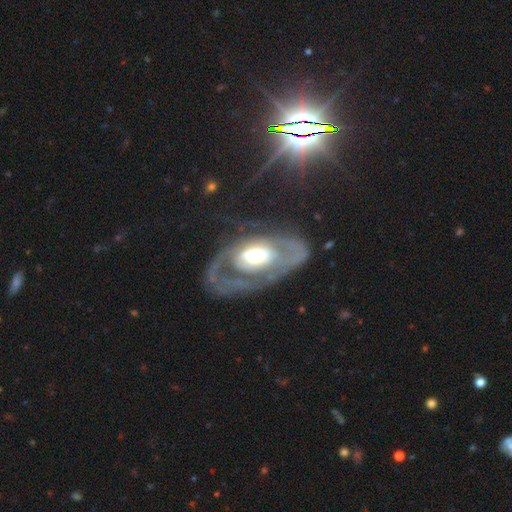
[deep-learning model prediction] Smooth or featured: featured or disk — 82% (smooth — 13%)
Edge-on disk: no — 95% (yes — 5%)
Bar: no — 63% (weak — 25%)
Spiral arms: yes — 75% (no — 25%)
Spiral winding: tight — 47% (medium — 35%)
Spiral arm count: 2 — 43% (can't tell — 25%)
Bulge size: moderate — 54% (large — 31%)
Merging: none — 49% (major disturbance — 30%)